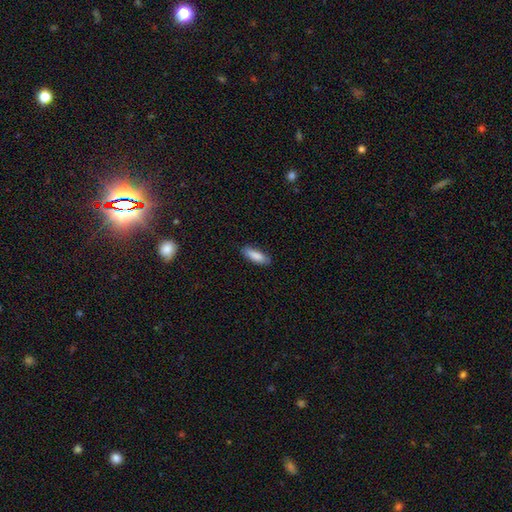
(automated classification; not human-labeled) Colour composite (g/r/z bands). It shows a smooth galaxy with no disk features (87%) that is in between round and cigar-shaped (59%). Merging: none (85%).